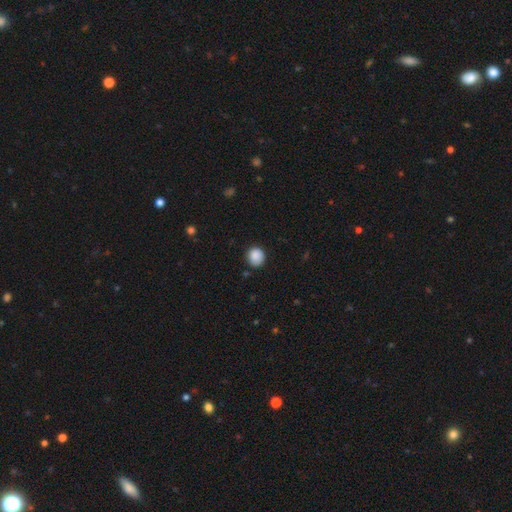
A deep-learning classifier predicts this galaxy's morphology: smooth_or_featured: smooth (p=0.88) [alt: star or artifact p=0.09]
how_rounded: round (p=0.86) [alt: in between p=0.13]
merging: none (p=0.81) [alt: minor disturbance p=0.15]